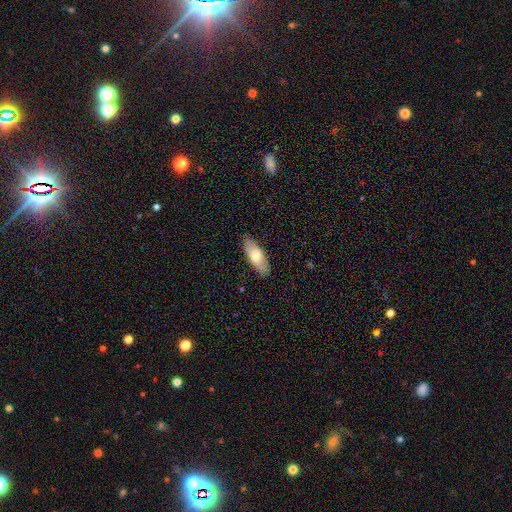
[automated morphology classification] smooth_or_featured: smooth (p=0.67) [alt: featured or disk p=0.28]
how_rounded: in between (p=0.76) [alt: cigar-shaped p=0.22]
merging: none (p=0.85) [alt: minor disturbance p=0.11]